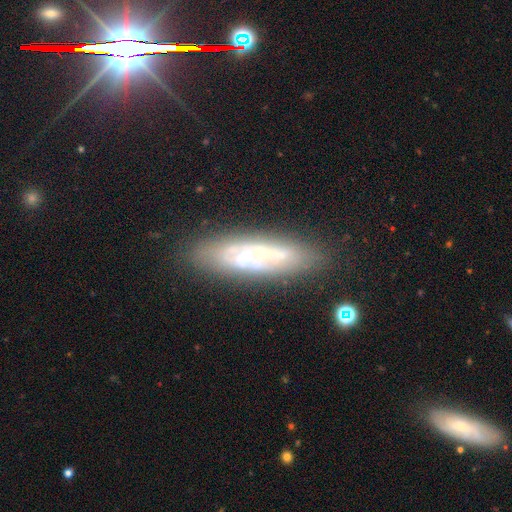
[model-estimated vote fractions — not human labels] A featured or disk galaxy (64%). Merging: none (77%).